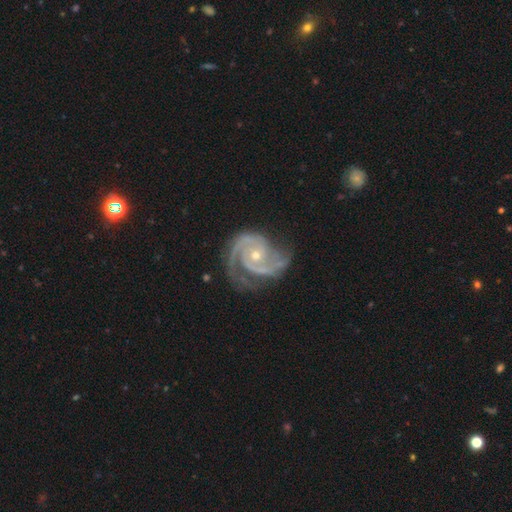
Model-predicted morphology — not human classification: Smooth or featured? featured or disk (93%)
Edge-on disk? no (98%)
Bar? no (69%)
Spiral arms? yes (99%)
Spiral winding? tight (51%)
Spiral arm count? 2 (70%)
Bulge size? small (55%)
Merging? none (65%)